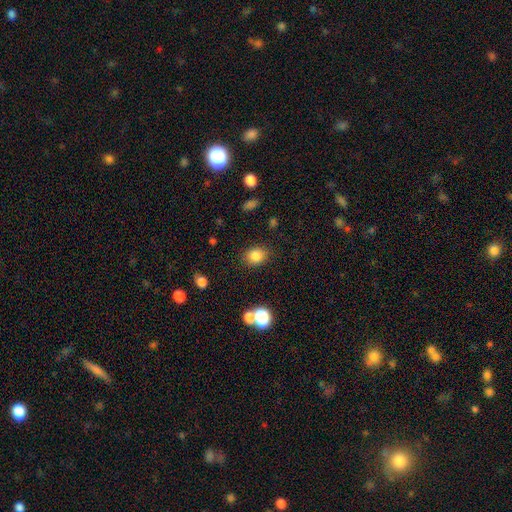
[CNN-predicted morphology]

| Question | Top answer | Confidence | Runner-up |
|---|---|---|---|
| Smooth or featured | smooth | 82% | star or artifact (11%) |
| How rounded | in between | 53% | round (46%) |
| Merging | none | 84% | minor disturbance (10%) |